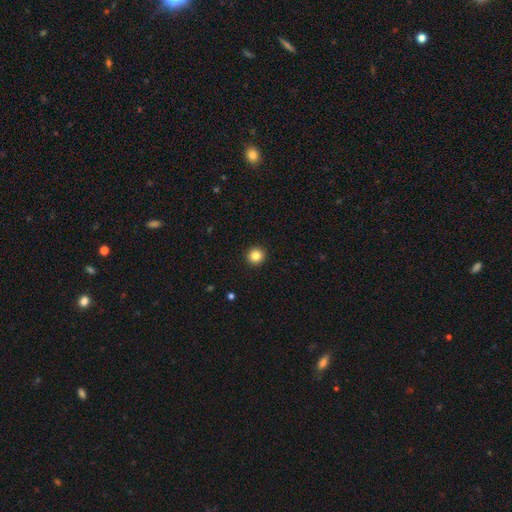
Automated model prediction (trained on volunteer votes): This is clearly a smooth galaxy (84%). How rounded: clearly round (95%). Merging: clearly none (94%).